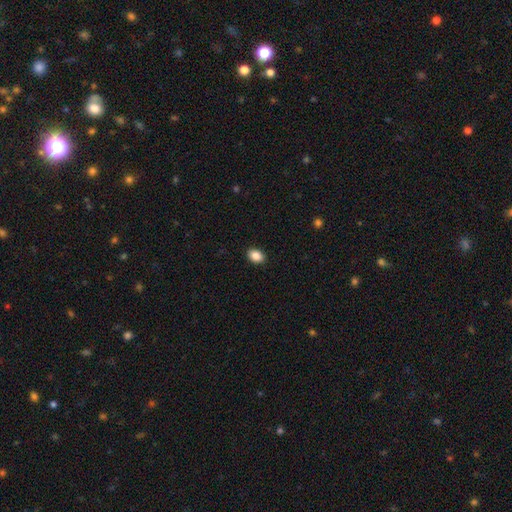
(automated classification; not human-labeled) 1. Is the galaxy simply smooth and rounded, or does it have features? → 88% smooth, 8% star or artifact, 4% featured or disk.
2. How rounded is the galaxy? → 79% in between, 20% round, 1% cigar-shaped.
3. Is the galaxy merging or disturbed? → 90% none, 7% minor disturbance, 2% major disturbance, 1% merger.